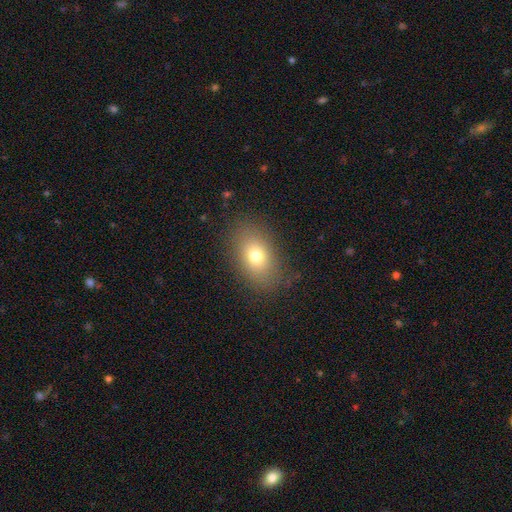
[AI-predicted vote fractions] A smooth galaxy with no disk features (74%) that is in between round and cigar-shaped (82%). Merging: none (84%).